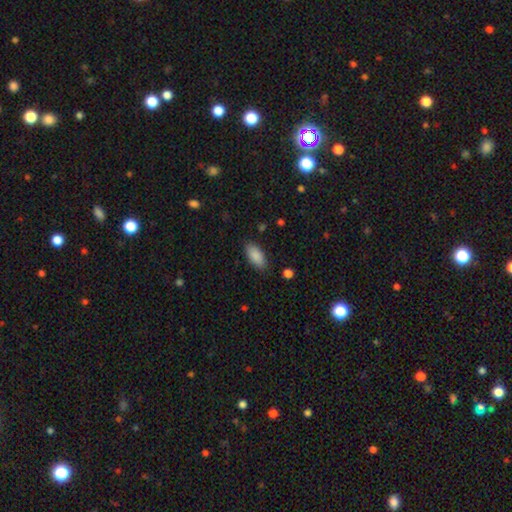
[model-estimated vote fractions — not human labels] Smooth or featured: smooth — 88% (star or artifact — 7%)
How rounded: in between — 91% (cigar-shaped — 7%)
Merging: none — 86% (minor disturbance — 11%)